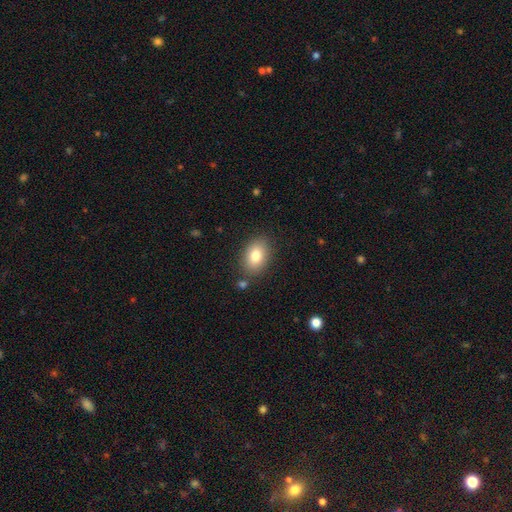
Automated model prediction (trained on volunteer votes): A smooth galaxy with no disk features (81%) that is in between round and cigar-shaped (81%).

Vote fractions:
- Smooth or featured? smooth: 81% / featured or disk: 11% / star or artifact: 9%
- How rounded? in between: 81% / round: 18% / cigar-shaped: 1%
- Merging? none: 83% / minor disturbance: 11% / merger: 3% / major disturbance: 3%